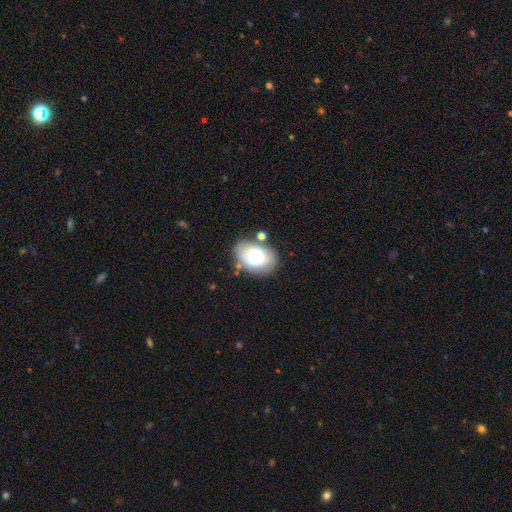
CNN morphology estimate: Q: Smooth or featured?
A: smooth (72%); runner-up: featured or disk (20%)
Q: How rounded?
A: in between (83%); runner-up: round (15%)
Q: Merging?
A: none (63%); runner-up: minor disturbance (20%)